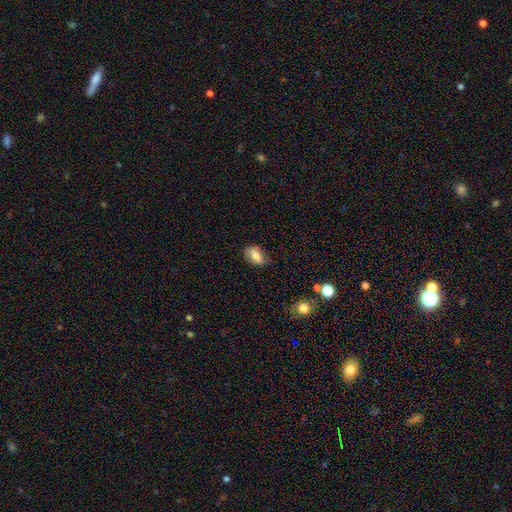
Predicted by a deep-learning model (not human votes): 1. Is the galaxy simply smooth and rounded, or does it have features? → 81% smooth, 11% featured or disk, 8% star or artifact.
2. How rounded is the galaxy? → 88% in between, 8% round, 4% cigar-shaped.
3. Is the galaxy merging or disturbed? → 70% none, 24% minor disturbance, 5% major disturbance, 2% merger.